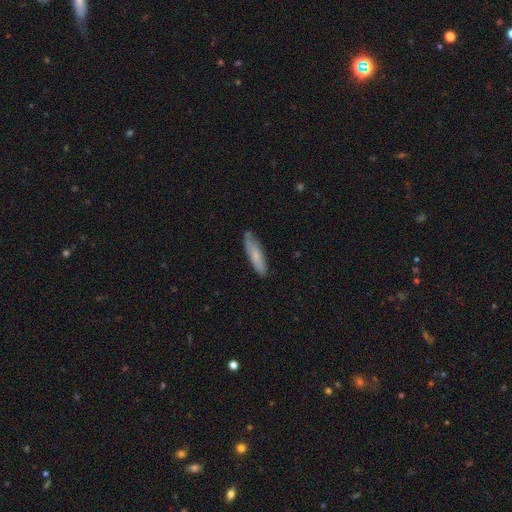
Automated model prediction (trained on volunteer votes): This is likely a smooth galaxy (67%). How rounded: likely cigar-shaped (71%). Merging: likely none (76%).